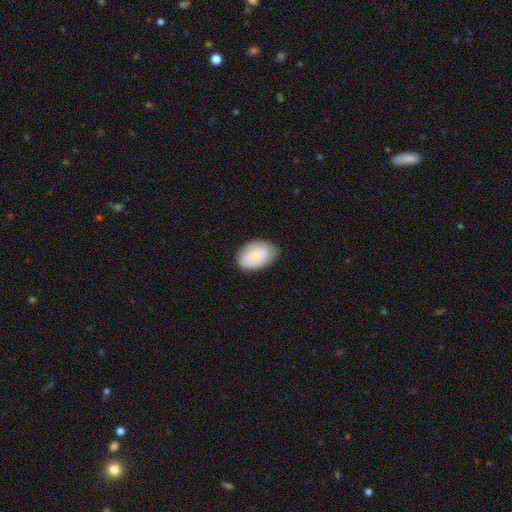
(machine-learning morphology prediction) Q: Smooth or featured?
A: smooth (76%); runner-up: featured or disk (18%)
Q: How rounded?
A: in between (90%); runner-up: round (9%)
Q: Merging?
A: none (76%); runner-up: minor disturbance (19%)